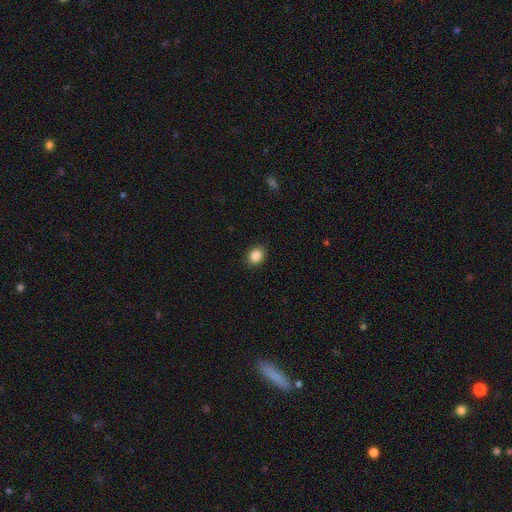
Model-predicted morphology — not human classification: Overall: smooth (86%). How rounded: round (52%; in between 47%). Merging: none (90%).